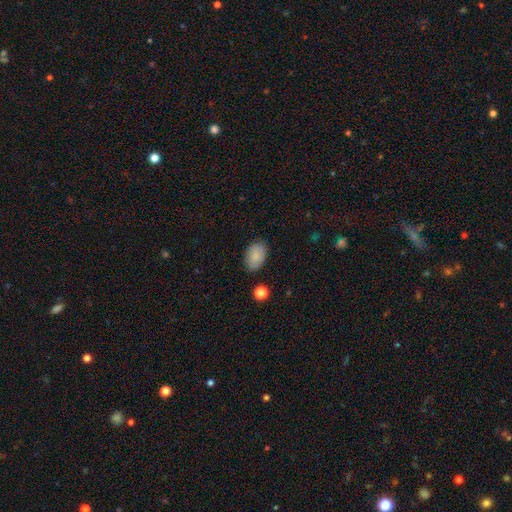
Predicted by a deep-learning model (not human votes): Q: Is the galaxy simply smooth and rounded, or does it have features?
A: smooth — 86%.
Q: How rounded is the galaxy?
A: in between — 89%.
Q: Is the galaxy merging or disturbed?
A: none — 83%.